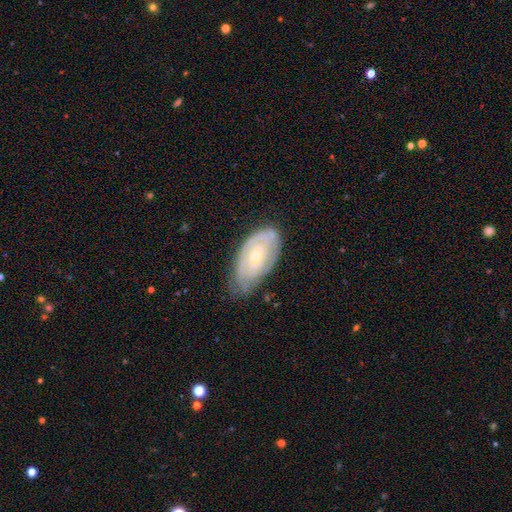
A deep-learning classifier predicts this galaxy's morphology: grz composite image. It shows a featured or disk galaxy (76%) with no bar (69%), tight (74%) spiral arms (86%) and a small central bulge (62%). Merging: none (62%).